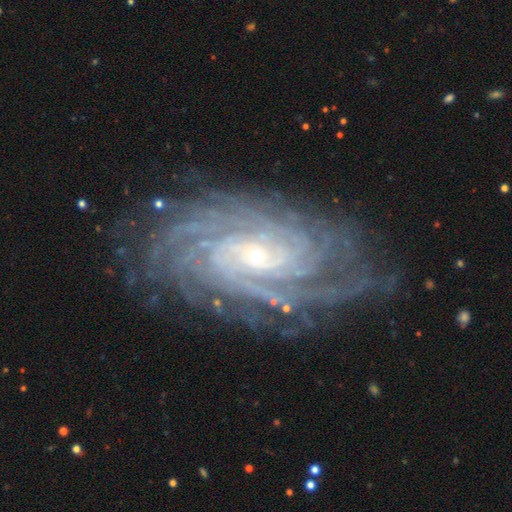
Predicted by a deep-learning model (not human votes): smooth_or_featured: featured or disk (p=0.91) [alt: star or artifact p=0.05]
disk_edge_on: no (p=0.96) [alt: yes p=0.04]
bar: no (p=0.63) [alt: weak p=0.26]
has_spiral_arms: yes (p=0.98) [alt: no p=0.02]
spiral_winding: tight (p=0.81) [alt: medium p=0.16]
spiral_arm_count: more than 4 (p=0.41) [alt: can't tell p=0.17]
bulge_size: small (p=0.84) [alt: moderate p=0.12]
merging: none (p=0.81) [alt: minor disturbance p=0.13]